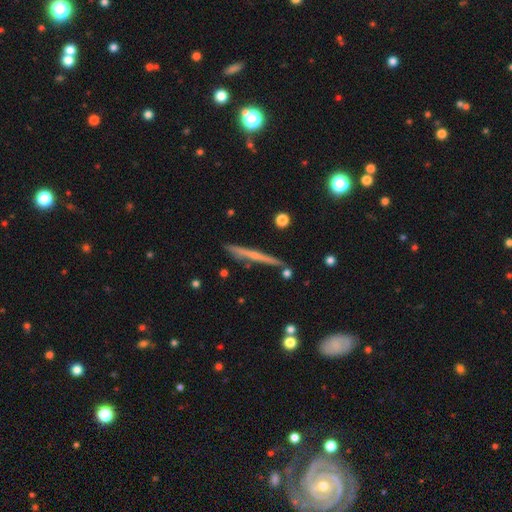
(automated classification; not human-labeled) Smooth or featured? Predicted: featured or disk (p=0.57). Edge-on disk? Predicted: yes (p=0.97). Edge-on bulge? Predicted: none (p=0.67). Merging? Predicted: none (p=0.86).